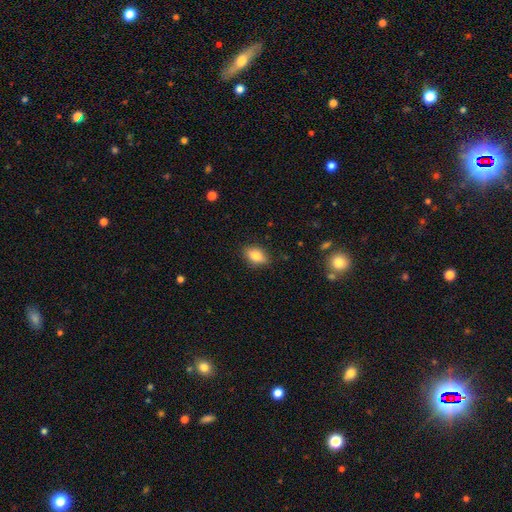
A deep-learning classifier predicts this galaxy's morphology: This appears to be a smooth galaxy with no disk features (81%) that is in between round and cigar-shaped (85%). Merging: none (85%).